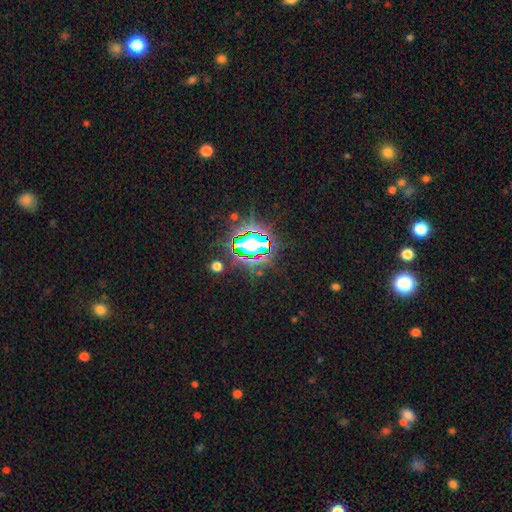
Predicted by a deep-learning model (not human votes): Overall: star or artifact (84%).